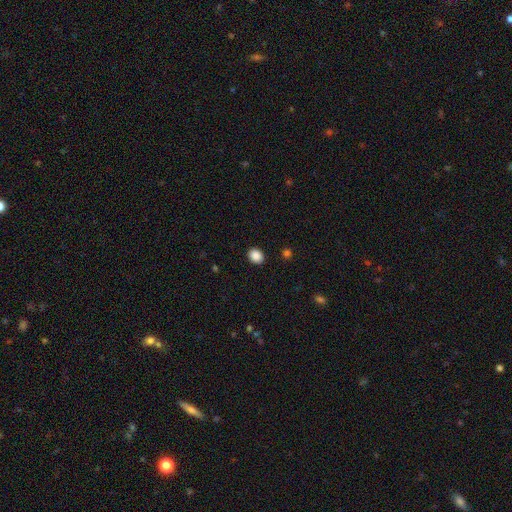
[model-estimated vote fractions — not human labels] A smooth galaxy with no disk features (88%) that is round (55%). Merging: none (91%).